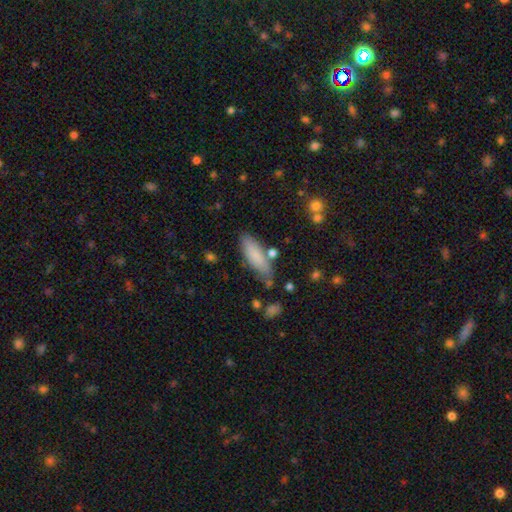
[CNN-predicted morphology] The model was most divided on "how rounded": in between: 54%, cigar-shaped: 44%, round: 2%. More confident: smooth or featured — smooth (81%); merging — none (74%).